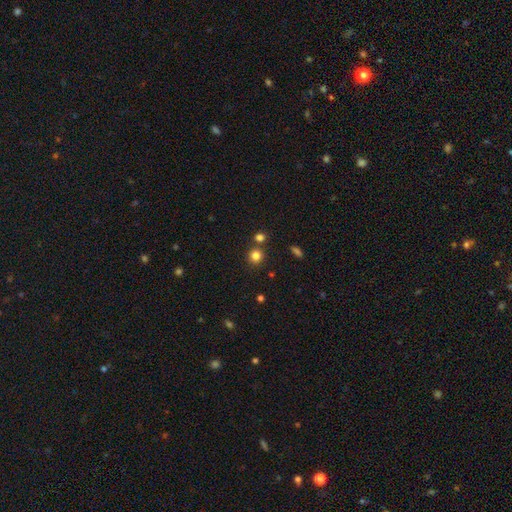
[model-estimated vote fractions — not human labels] Overall: smooth (81%). How rounded: round (89%). Merging: none (78%).